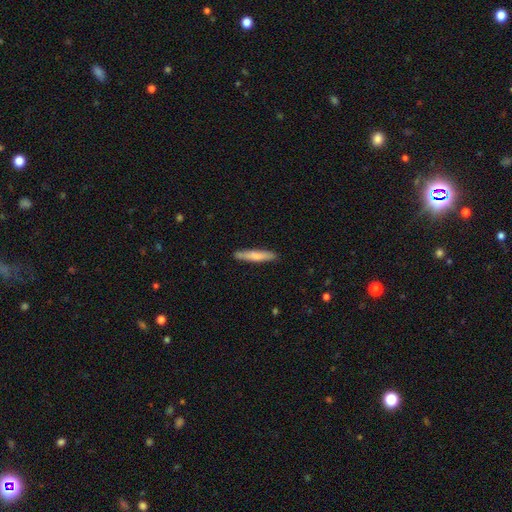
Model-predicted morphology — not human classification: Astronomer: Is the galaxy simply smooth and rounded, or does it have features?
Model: smooth — 73%.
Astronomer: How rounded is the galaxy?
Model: cigar-shaped — 92%.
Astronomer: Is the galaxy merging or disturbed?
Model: none — 87%.